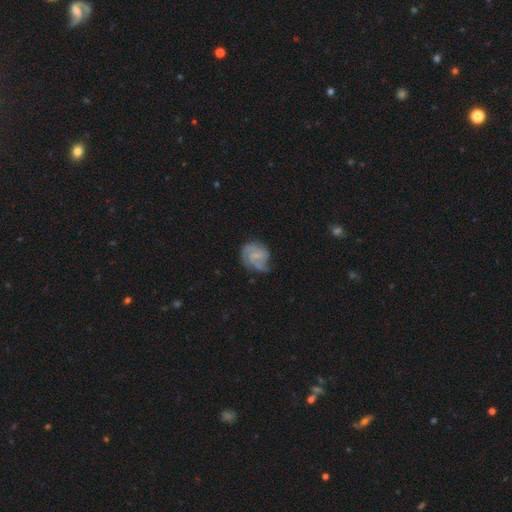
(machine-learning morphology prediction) smooth_or_featured: featured or disk (p=0.74) [alt: smooth p=0.20]
disk_edge_on: no (p=0.98) [alt: yes p=0.02]
bar: weak (p=0.48) [alt: no p=0.43]
has_spiral_arms: yes (p=0.92) [alt: no p=0.08]
spiral_winding: tight (p=0.44) [alt: medium p=0.42]
spiral_arm_count: 2 (p=0.34) [alt: 3 p=0.27]
bulge_size: small (p=0.54) [alt: none p=0.26]
merging: none (p=0.54) [alt: minor disturbance p=0.28]